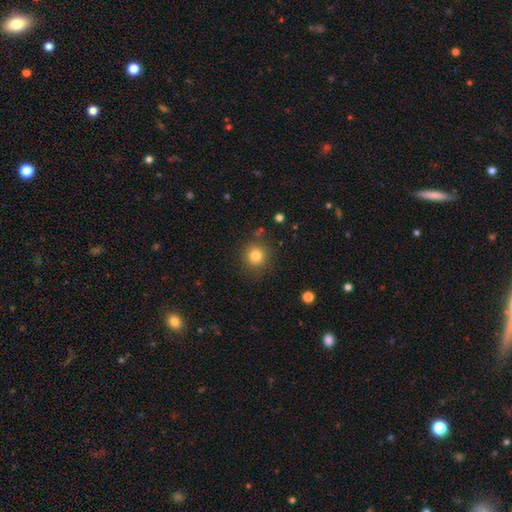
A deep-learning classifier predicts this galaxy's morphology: Smooth or featured? Predicted: smooth (p=0.82). How rounded? Predicted: round (p=0.92). Merging? Predicted: none (p=0.86).